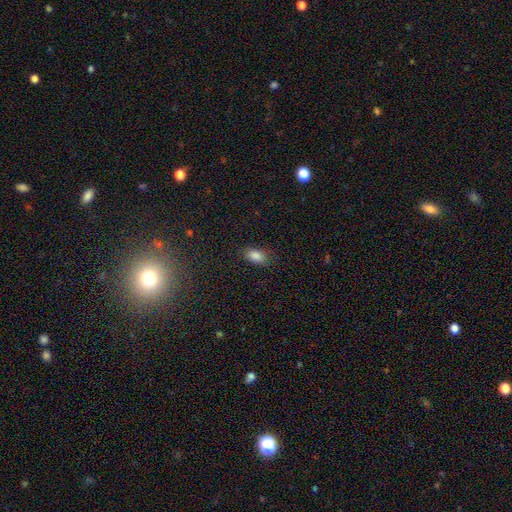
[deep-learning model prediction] This appears to be a smooth galaxy with no disk features (86%) that is in between round and cigar-shaped (91%). Merging: none (84%).